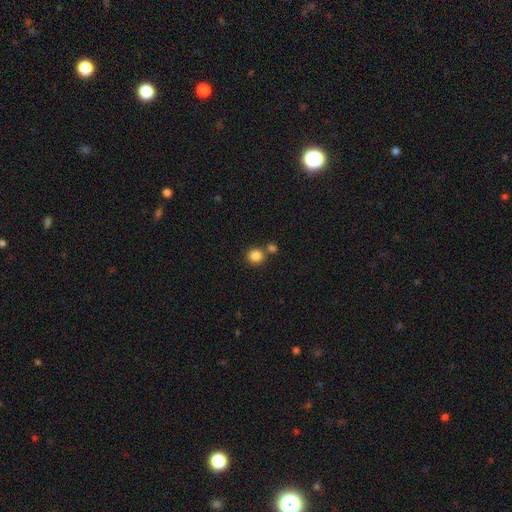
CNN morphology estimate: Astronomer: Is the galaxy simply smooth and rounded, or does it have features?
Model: smooth — 85%.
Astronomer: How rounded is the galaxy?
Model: round — 89%.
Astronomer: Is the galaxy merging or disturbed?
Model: none — 71%.